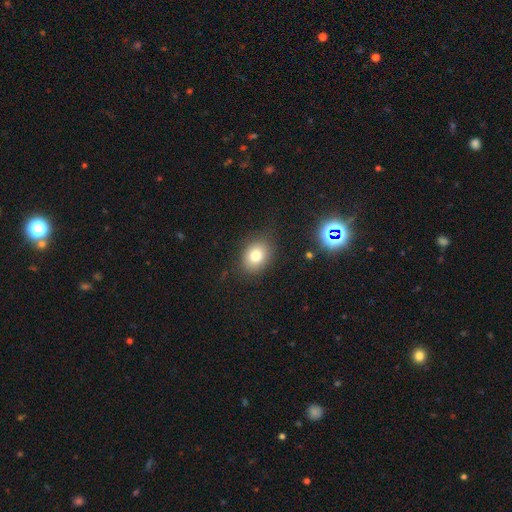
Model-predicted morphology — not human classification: A smooth galaxy with no disk features (78%) that is in between round and cigar-shaped (62%). Merging: none (81%).